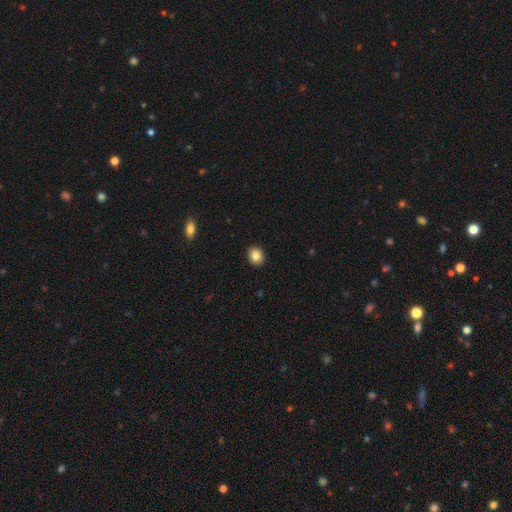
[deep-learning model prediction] Morphology: type=smooth (84%); roundness=round (62%); merging=none (92%).